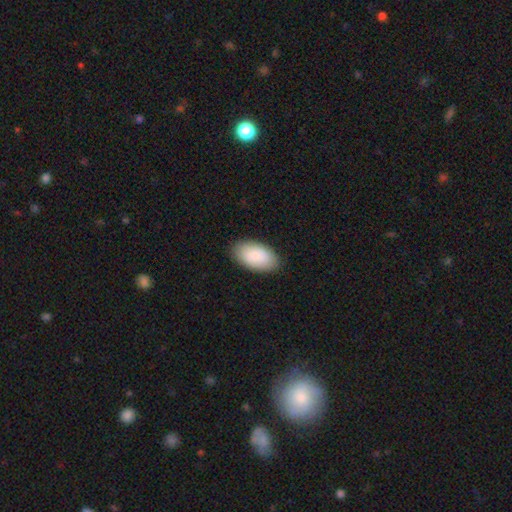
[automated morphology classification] This appears to be a smooth galaxy with no disk features (85%) that is in between round and cigar-shaped (95%). Merging: none (86%).